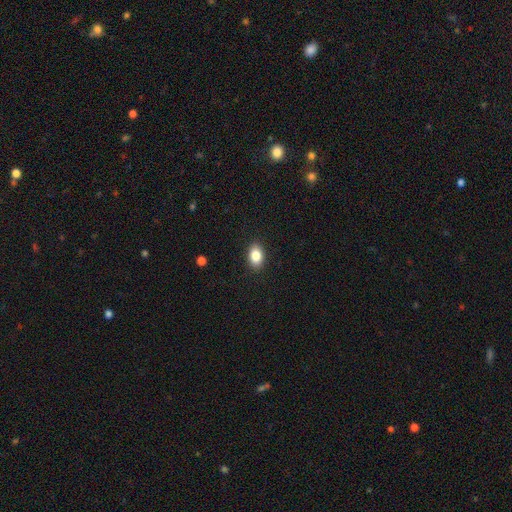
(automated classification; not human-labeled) Smooth or featured?
  - smooth: 85% *
  - star or artifact: 8%
  - featured or disk: 7%
How rounded?
  - in between: 85% *
  - round: 13%
  - cigar-shaped: 1%
Merging?
  - none: 89% *
  - minor disturbance: 8%
  - major disturbance: 2%
  - merger: 1%